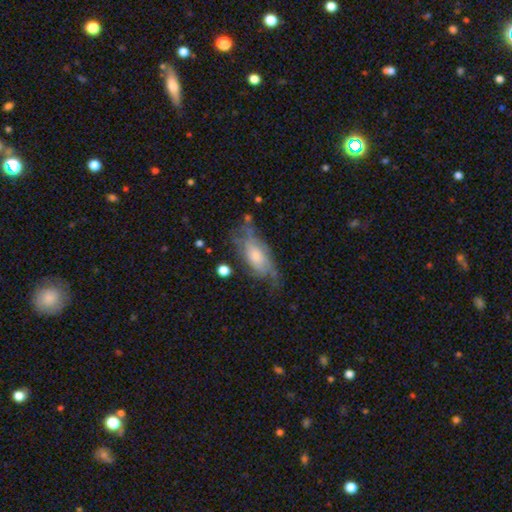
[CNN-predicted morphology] smooth_or_featured: featured or disk (p=0.56) [alt: smooth p=0.36]
disk_edge_on: no (p=0.84) [alt: yes p=0.16]
merging: none (p=0.50) [alt: minor disturbance p=0.28]